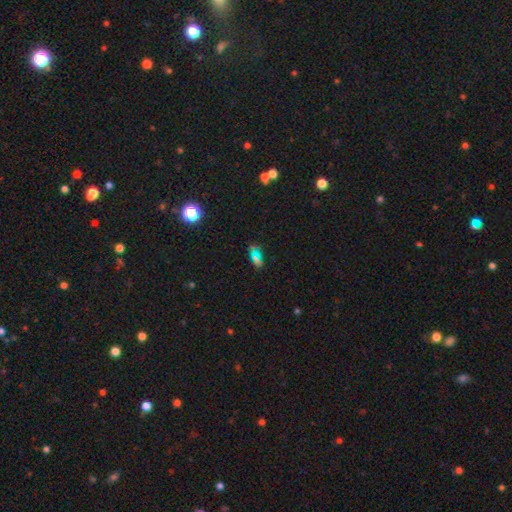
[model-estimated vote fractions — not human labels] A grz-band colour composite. It shows a star or artifact, not a galaxy (45%).